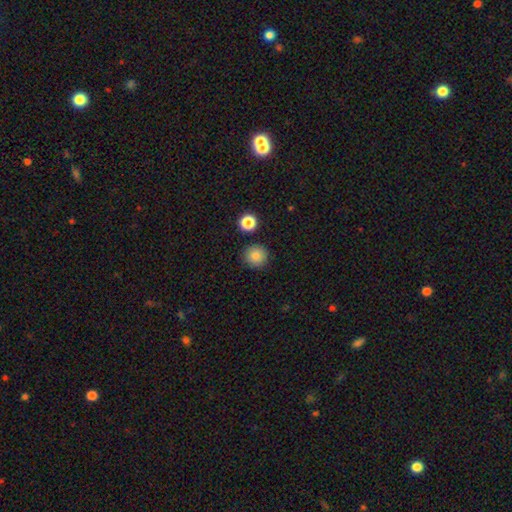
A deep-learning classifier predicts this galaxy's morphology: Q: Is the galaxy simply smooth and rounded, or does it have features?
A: smooth — 84%.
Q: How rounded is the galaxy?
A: round — 93%.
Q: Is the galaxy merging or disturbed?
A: none — 88%.